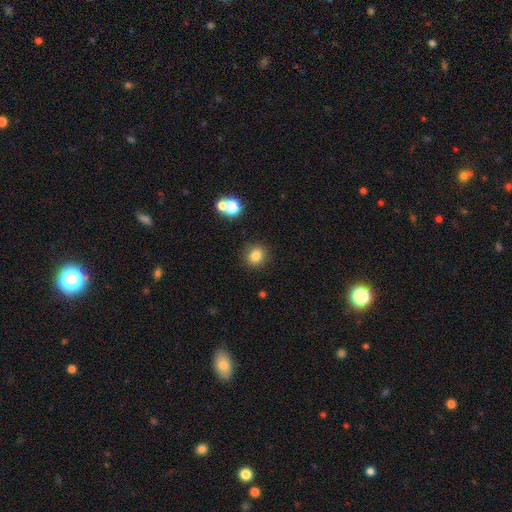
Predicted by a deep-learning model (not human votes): smooth-or-featured: smooth: 81% | star or artifact: 12% | featured or disk: 7%
  how-rounded: round: 84% | in between: 15% | cigar-shaped: 1%
  merging: none: 87% | minor disturbance: 7% | merger: 4% | major disturbance: 3%